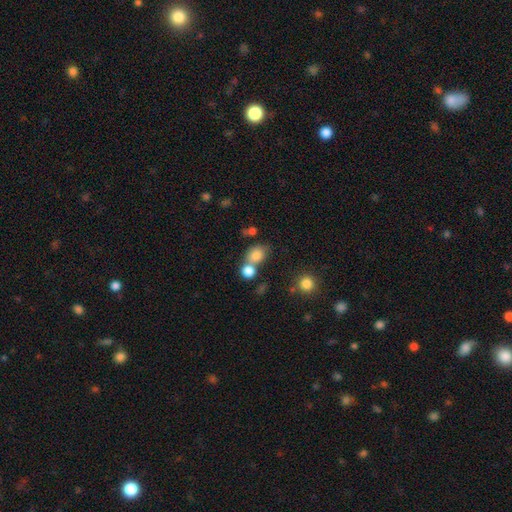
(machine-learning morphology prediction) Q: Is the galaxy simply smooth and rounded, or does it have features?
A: smooth — 80%.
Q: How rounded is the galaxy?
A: round — 53%.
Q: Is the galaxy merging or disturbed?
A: none — 47%.